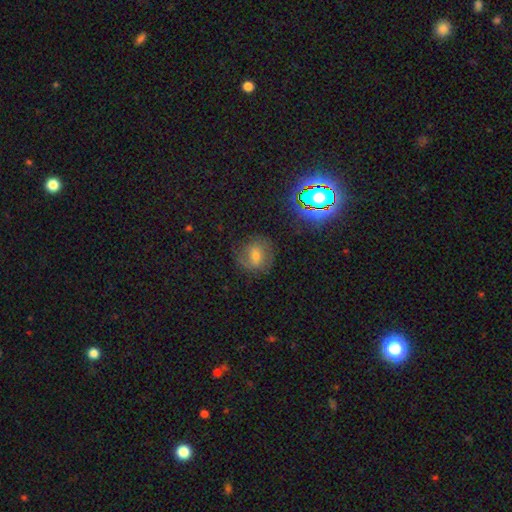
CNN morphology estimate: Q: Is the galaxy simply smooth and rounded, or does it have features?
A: smooth — 43%.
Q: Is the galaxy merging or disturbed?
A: none — 73%.